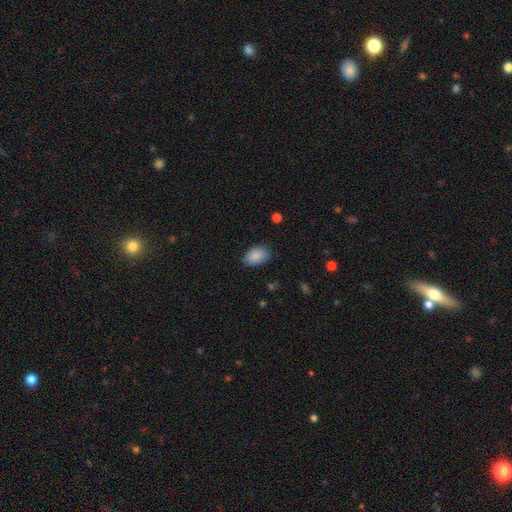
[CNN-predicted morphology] type=smooth (88%); roundness=in between (88%); merging=none (80%).